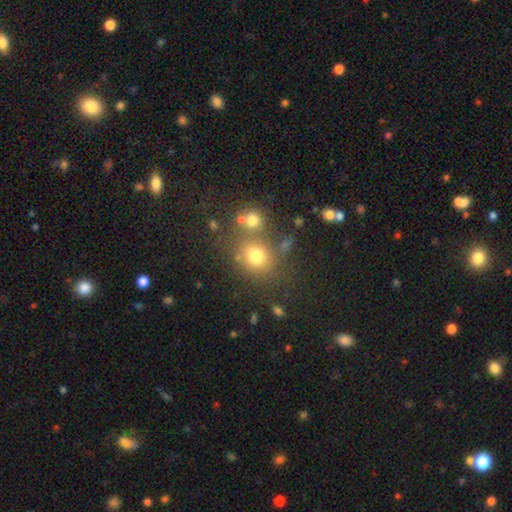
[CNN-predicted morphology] type=smooth (72%); roundness=round (75%); merging=none (64%).